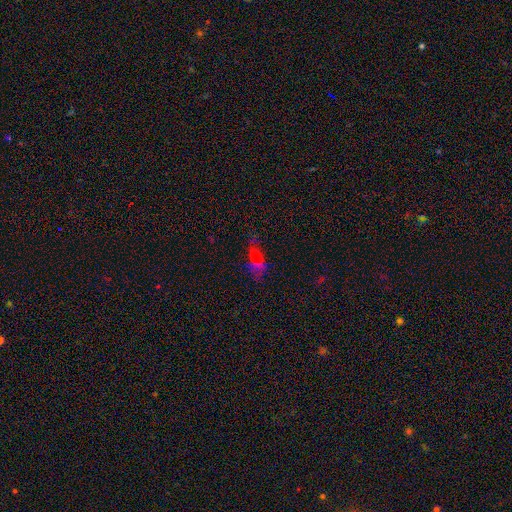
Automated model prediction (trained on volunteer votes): smooth_or_featured: smooth (p=0.54) [alt: star or artifact p=0.27]
how_rounded: in between (p=0.67) [alt: cigar-shaped p=0.22]
merging: none (p=0.45) [alt: minor disturbance p=0.19]